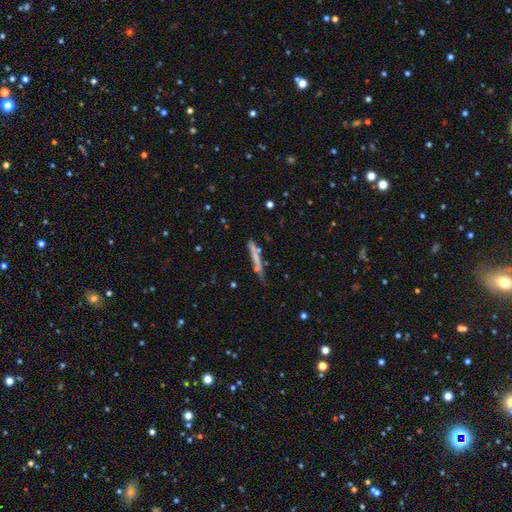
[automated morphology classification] Smooth or featured? Predicted: smooth (p=0.52). How rounded? Predicted: cigar-shaped (p=0.92). Merging? Predicted: none (p=0.54).